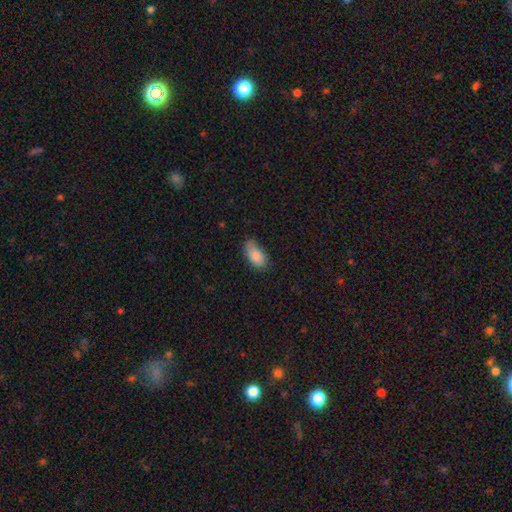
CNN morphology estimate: Q: Smooth or featured?
A: smooth (86%); runner-up: star or artifact (7%)
Q: How rounded?
A: in between (93%); runner-up: round (4%)
Q: Merging?
A: none (63%); runner-up: minor disturbance (30%)